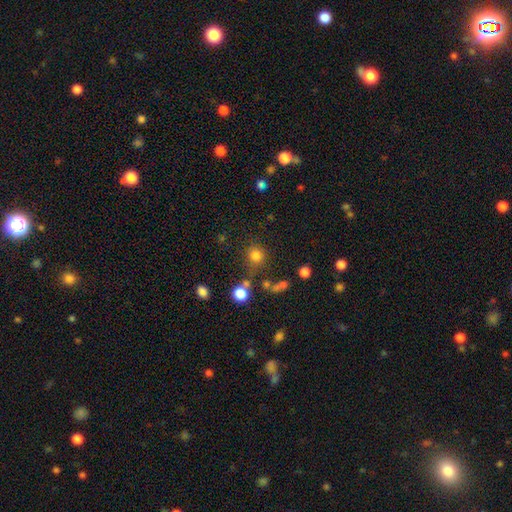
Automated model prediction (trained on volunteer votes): Smooth or featured: smooth — 78% (star or artifact — 16%)
How rounded: round — 90% (in between — 9%)
Merging: none — 73% (minor disturbance — 11%)